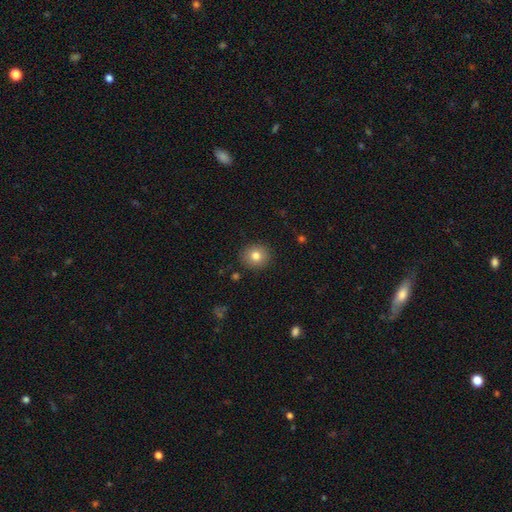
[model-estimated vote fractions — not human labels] Overall: smooth (79%). How rounded: round (87%). Merging: none (90%).